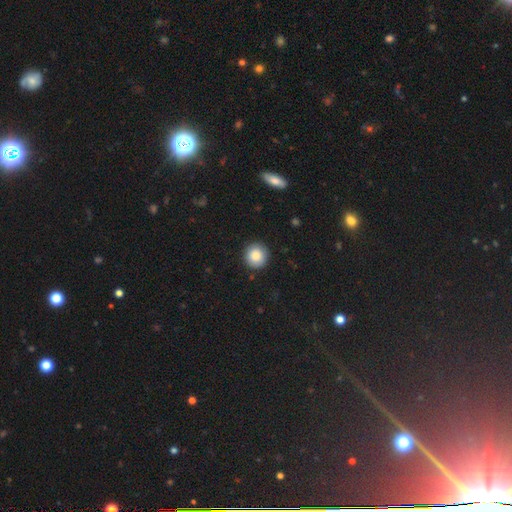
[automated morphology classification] Q: Smooth or featured?
A: smooth (85%); runner-up: star or artifact (8%)
Q: How rounded?
A: round (94%); runner-up: in between (5%)
Q: Merging?
A: none (90%); runner-up: minor disturbance (7%)